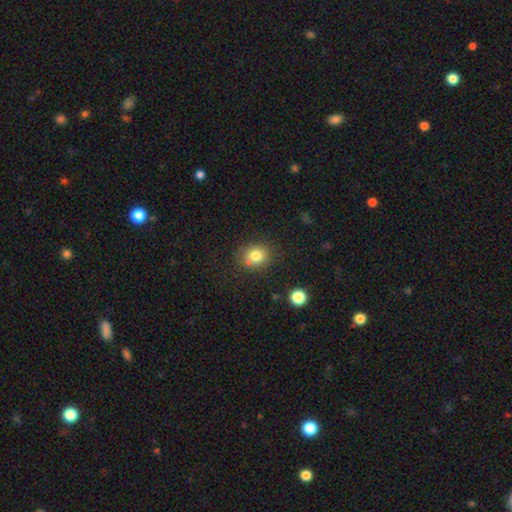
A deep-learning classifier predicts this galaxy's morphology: smooth-or-featured: smooth: 80% | star or artifact: 11% | featured or disk: 9%
  how-rounded: round: 71% | in between: 29% | cigar-shaped: 1%
  merging: none: 73% | minor disturbance: 15% | merger: 8% | major disturbance: 4%